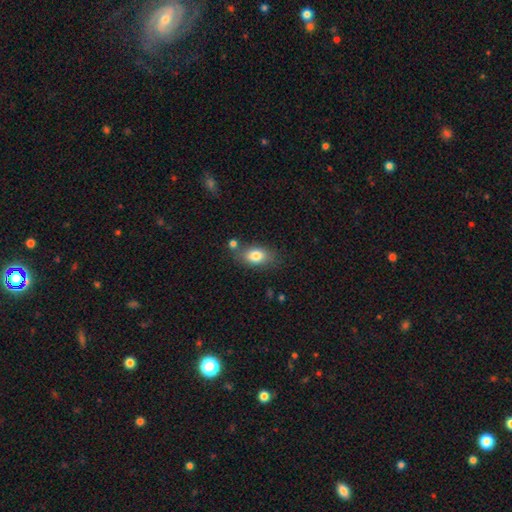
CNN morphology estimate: Smooth or featured: smooth — 81% (featured or disk — 11%)
How rounded: in between — 83% (round — 14%)
Merging: none — 69% (minor disturbance — 16%)